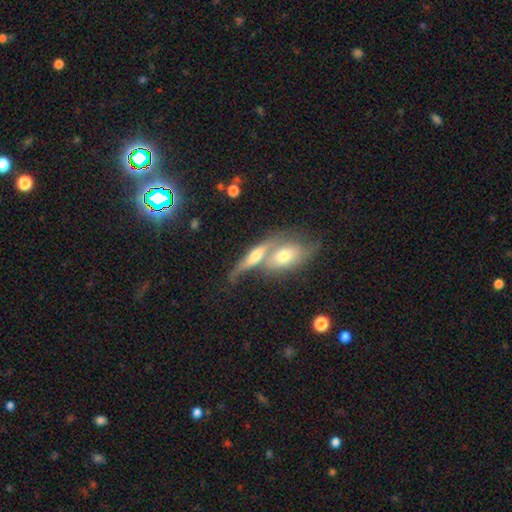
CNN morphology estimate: featured or disk 51%, smooth 41%, star or artifact 8%. Down the decision tree: edge-on disk — yes (65%); merging — merger (58%).